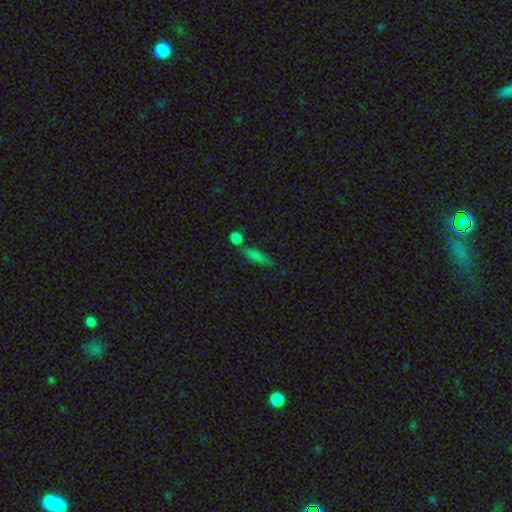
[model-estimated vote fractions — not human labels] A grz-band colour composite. It shows a smooth galaxy with no disk features (71%) that is cigar-shaped (55%). Merging: none (52%).